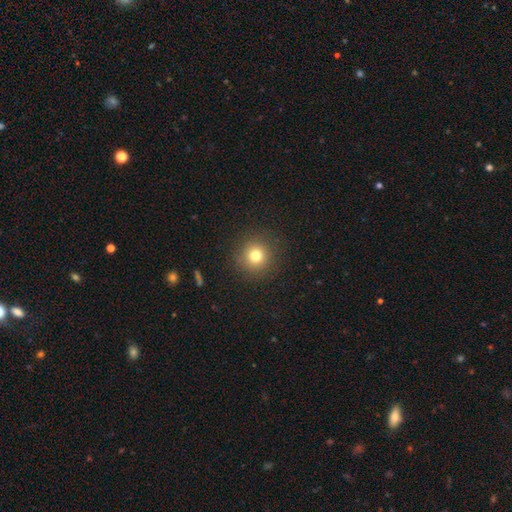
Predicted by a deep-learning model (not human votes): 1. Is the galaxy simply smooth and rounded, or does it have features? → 77% smooth, 14% star or artifact, 9% featured or disk.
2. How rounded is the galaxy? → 94% round, 5% in between, 1% cigar-shaped.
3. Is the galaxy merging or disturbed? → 89% none, 6% minor disturbance, 3% major disturbance, 1% merger.